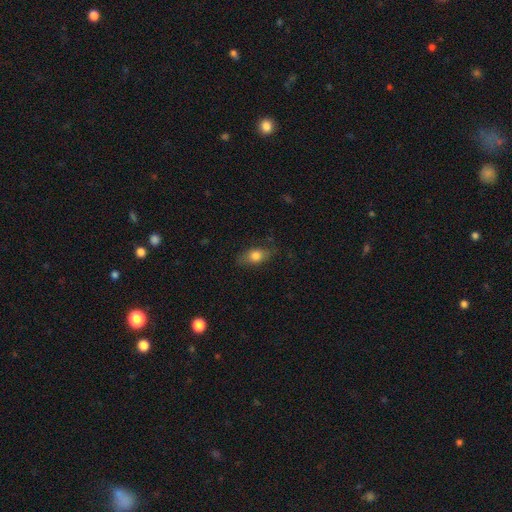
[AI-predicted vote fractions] Smooth or featured: smooth — 74% (featured or disk — 18%)
How rounded: in between — 78% (round — 13%)
Merging: none — 77% (minor disturbance — 17%)